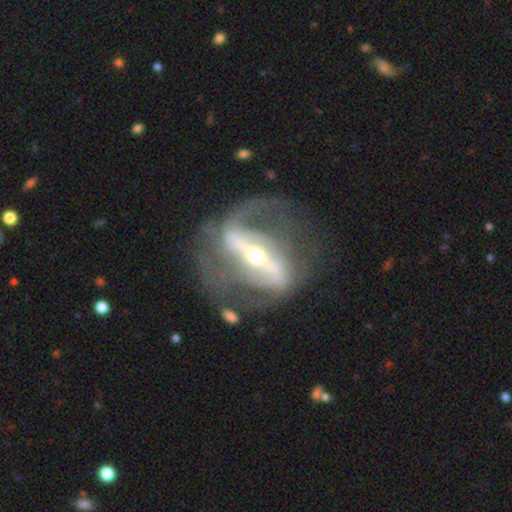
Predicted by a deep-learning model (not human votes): This appears to be a featured or disk galaxy (87%) with a strong bar (77%), 2 (79%) medium (43%) spiral arms (84%) and a small central bulge (58%). Merging: none (57%).